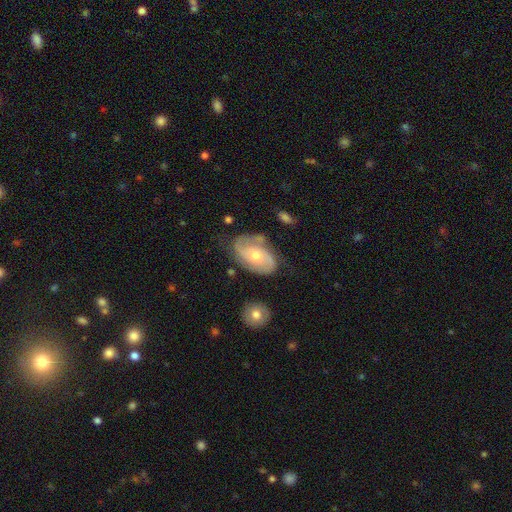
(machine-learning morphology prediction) This appears to be a featured or disk galaxy (75%) with no bar (70%), 2 (73%) medium (43%) spiral arms (91%) and a moderate central bulge (58%). Merging: none (63%).